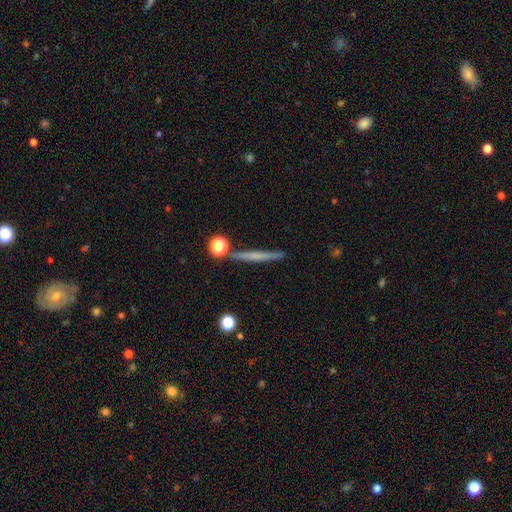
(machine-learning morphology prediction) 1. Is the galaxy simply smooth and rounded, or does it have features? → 49% smooth, 43% featured or disk, 8% star or artifact.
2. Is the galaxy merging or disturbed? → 84% none, 9% minor disturbance, 6% merger, 2% major disturbance.